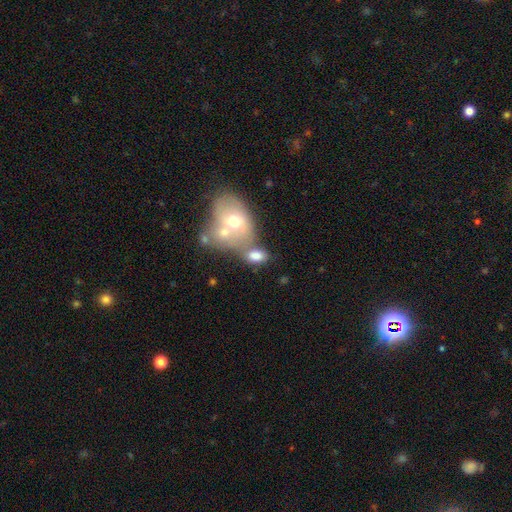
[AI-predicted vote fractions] Smooth or featured? Predicted: smooth (p=0.71). How rounded? Predicted: in between (p=0.85). Merging? Predicted: merger (p=0.47).